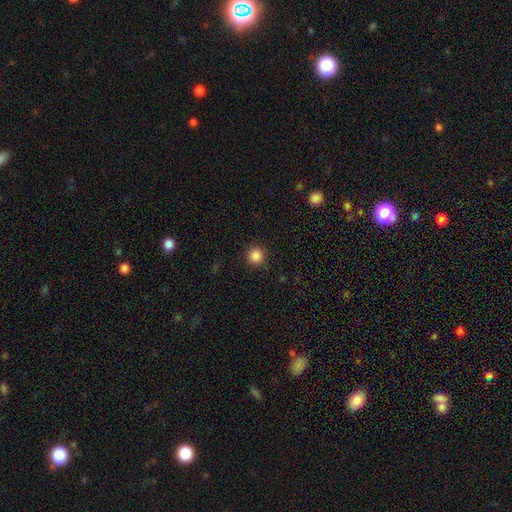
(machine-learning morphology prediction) Q: Smooth or featured?
A: smooth (86%); runner-up: star or artifact (11%)
Q: How rounded?
A: round (95%); runner-up: in between (4%)
Q: Merging?
A: none (91%); runner-up: minor disturbance (6%)